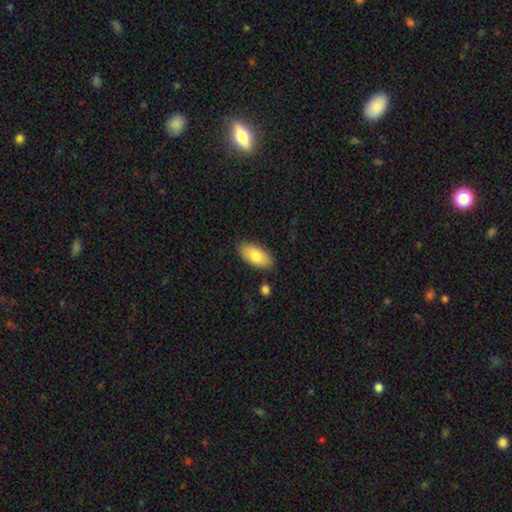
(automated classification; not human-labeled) Morphology: type=smooth (80%); roundness=in between (93%); merging=none (83%).